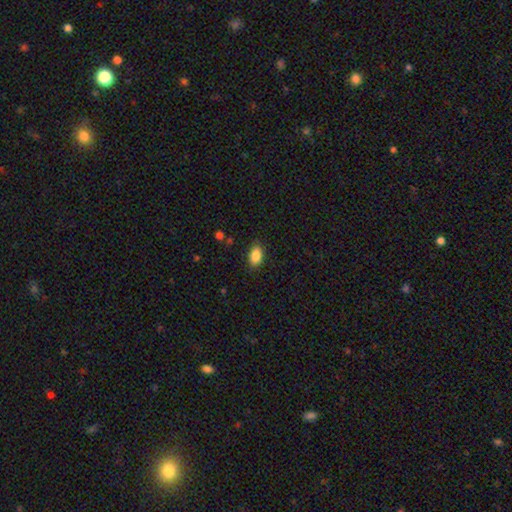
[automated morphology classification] Smooth or featured? smooth (88%)
How rounded? in between (91%)
Merging? none (86%)